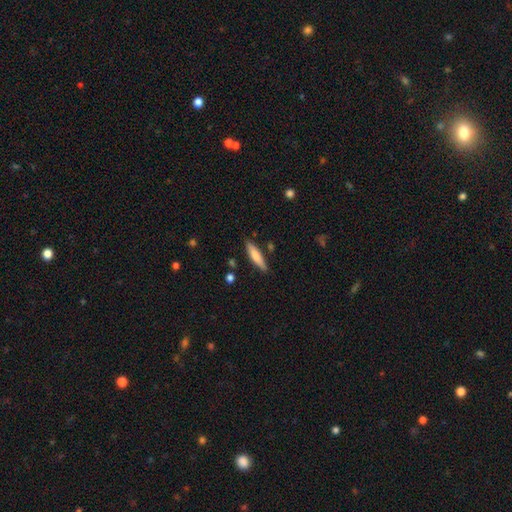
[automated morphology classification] Smooth or featured? Predicted: smooth (p=0.71). How rounded? Predicted: cigar-shaped (p=0.78). Merging? Predicted: none (p=0.84).